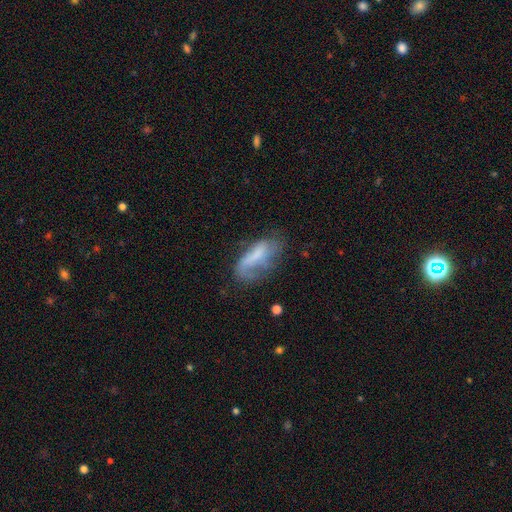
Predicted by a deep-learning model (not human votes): This appears to be a smooth galaxy with no disk features (48%). Merging: none (41%).